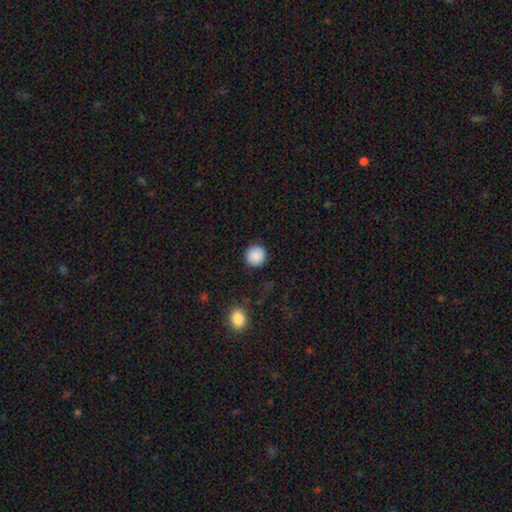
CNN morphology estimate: smooth 89%, star or artifact 8%, featured or disk 3%. Down the decision tree: how rounded — round (94%); merging — none (90%).